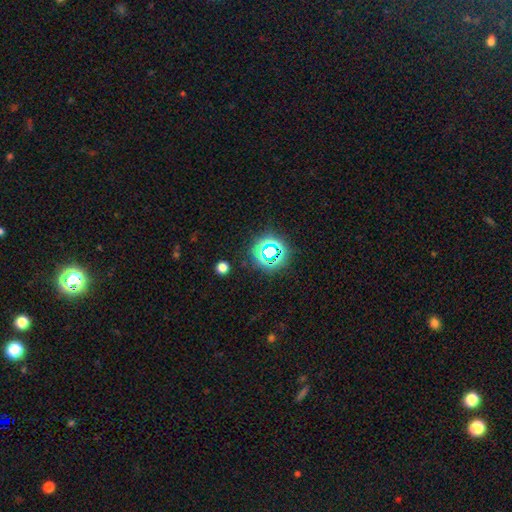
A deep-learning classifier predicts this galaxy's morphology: Overall: star or artifact (61%; smooth 32%).